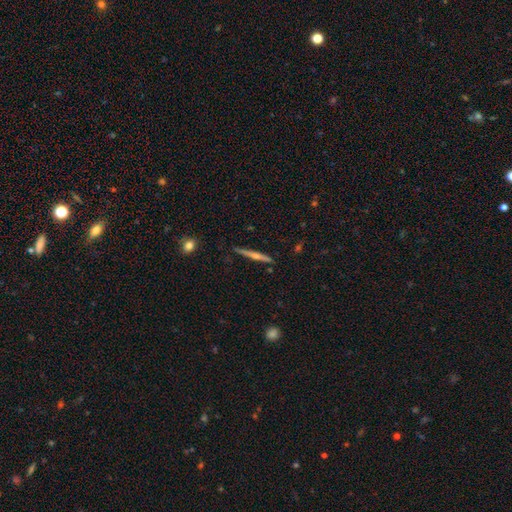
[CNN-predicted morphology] Smooth or featured? Predicted: featured or disk (p=0.71). Edge-on disk? Predicted: yes (p=0.98). Edge-on bulge? Predicted: rounded (p=0.82). Merging? Predicted: none (p=0.89).